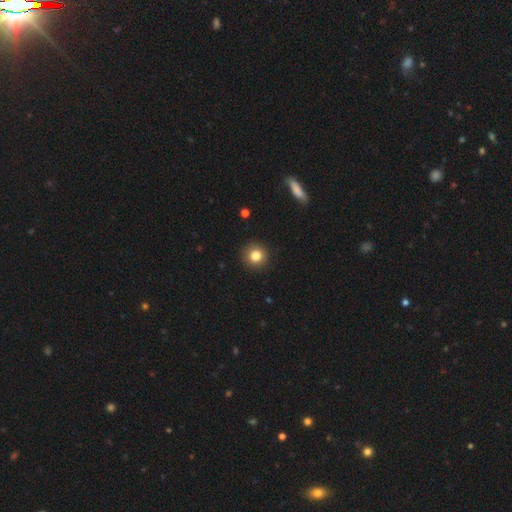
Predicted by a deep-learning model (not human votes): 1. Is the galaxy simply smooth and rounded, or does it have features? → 82% smooth, 11% star or artifact, 7% featured or disk.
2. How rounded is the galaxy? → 93% round, 6% in between, 1% cigar-shaped.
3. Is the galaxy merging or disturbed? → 91% none, 6% minor disturbance, 2% major disturbance, 1% merger.